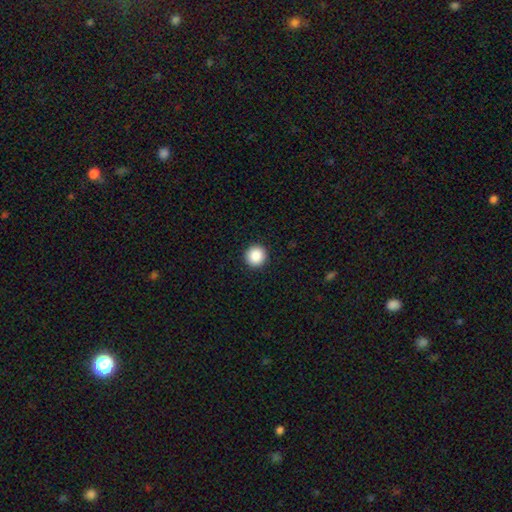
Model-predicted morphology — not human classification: Smooth or featured: smooth — 88% (star or artifact — 9%)
How rounded: round — 95% (in between — 4%)
Merging: none — 93% (minor disturbance — 4%)